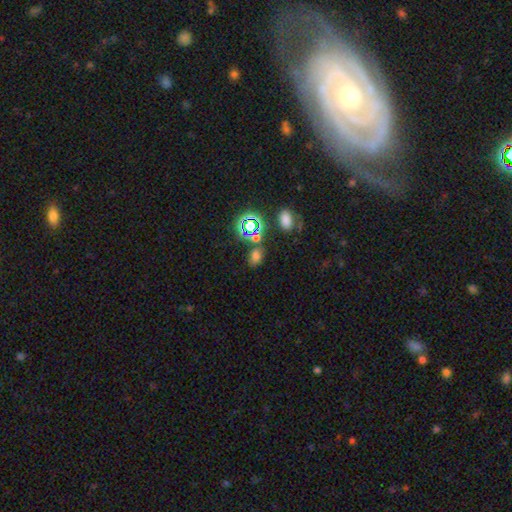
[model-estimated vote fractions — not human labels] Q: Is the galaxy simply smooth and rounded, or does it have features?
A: smooth — 61%.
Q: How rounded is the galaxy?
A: in between — 74%.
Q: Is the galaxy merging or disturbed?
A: none — 71%.